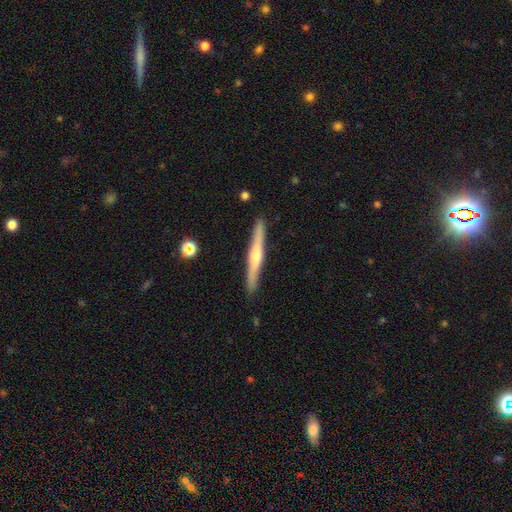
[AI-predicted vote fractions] A featured or disk galaxy (66%) viewed edge-on (97%) with a rounded central bulge (81%). Merging: none (90%).